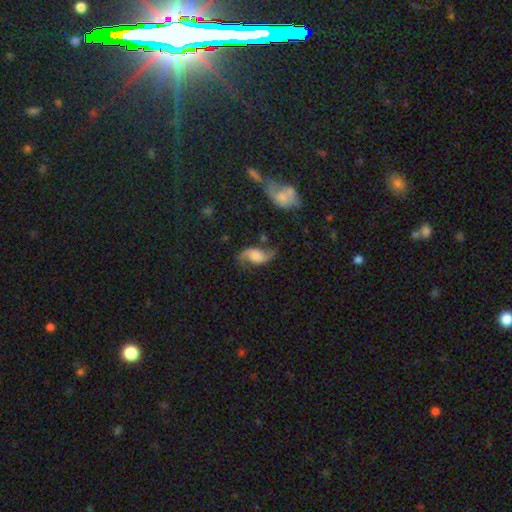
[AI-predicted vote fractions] This is likely a featured or disk galaxy (80%). It is clearly not viewed edge-on (97%). Bar: possibly no (59%). Spiral arm pattern: clearly yes (95%). Spiral arm count: clearly 2 (92%). Spiral winding: likely loose (73%). Central bulge: marginally none (32%). Merging: likely none (64%).